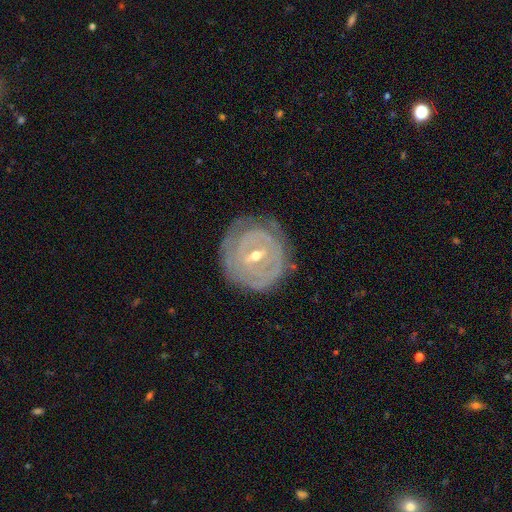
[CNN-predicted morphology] This appears to be a featured or disk galaxy (80%) with a weak bar (50%), tight (82%) spiral arms (77%) and a moderate central bulge (51%). Merging: none (71%).